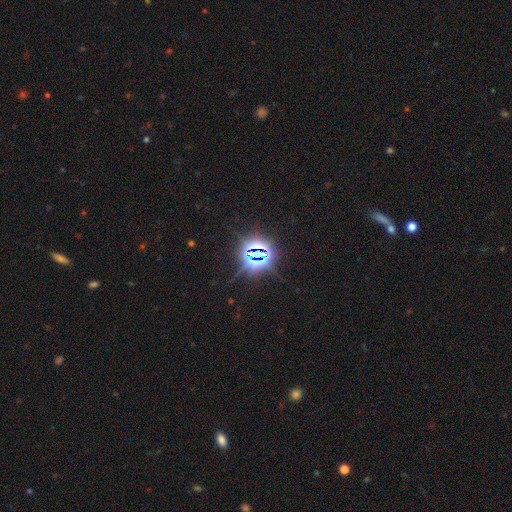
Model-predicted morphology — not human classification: Smooth or featured: star or artifact — 83% (smooth — 9%)